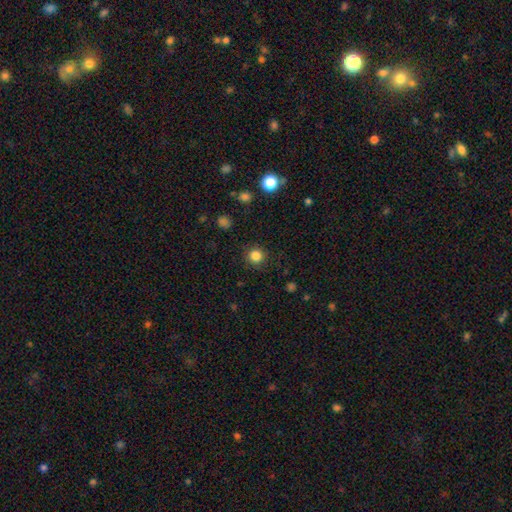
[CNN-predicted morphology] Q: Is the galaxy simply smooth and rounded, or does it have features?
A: smooth — 84%.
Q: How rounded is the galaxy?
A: round — 94%.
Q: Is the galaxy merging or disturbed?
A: none — 90%.